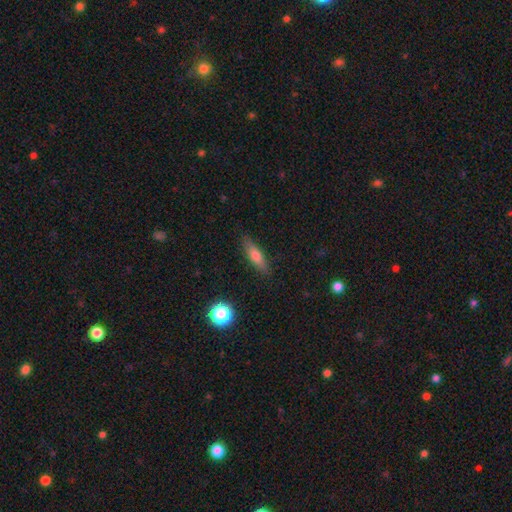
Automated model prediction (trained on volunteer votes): Overall: smooth (63%; featured or disk 28%). How rounded: cigar-shaped (66%; in between 31%). Merging: none (86%).